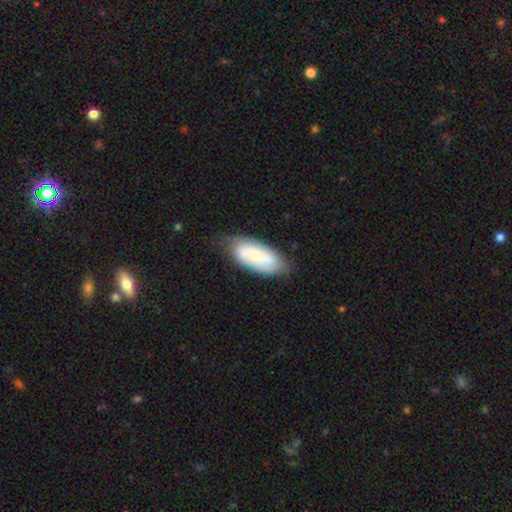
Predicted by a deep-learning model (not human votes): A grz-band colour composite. It shows a smooth galaxy with no disk features (59%) that is in between round and cigar-shaped (85%). Merging: none (66%).